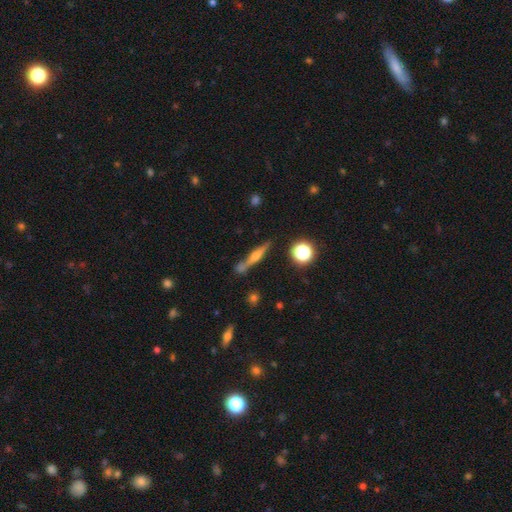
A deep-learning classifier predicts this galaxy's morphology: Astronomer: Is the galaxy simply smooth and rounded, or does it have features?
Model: featured or disk — 62%.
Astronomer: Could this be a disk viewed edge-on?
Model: yes — 95%.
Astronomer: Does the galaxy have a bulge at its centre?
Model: rounded — 83%.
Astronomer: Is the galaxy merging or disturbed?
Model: none — 75%.